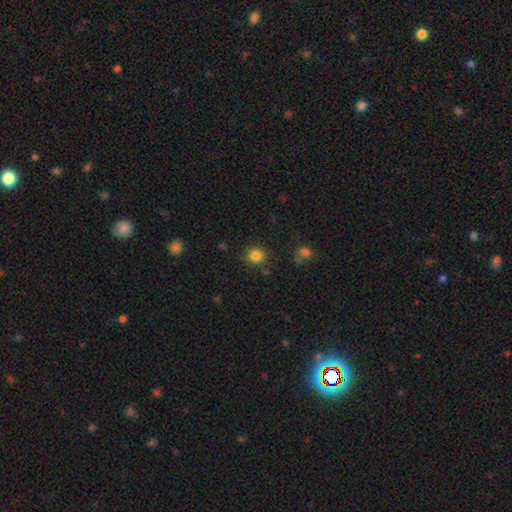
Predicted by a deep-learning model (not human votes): Q: Smooth or featured?
A: smooth (83%); runner-up: star or artifact (12%)
Q: How rounded?
A: round (88%); runner-up: in between (11%)
Q: Merging?
A: none (85%); runner-up: minor disturbance (9%)